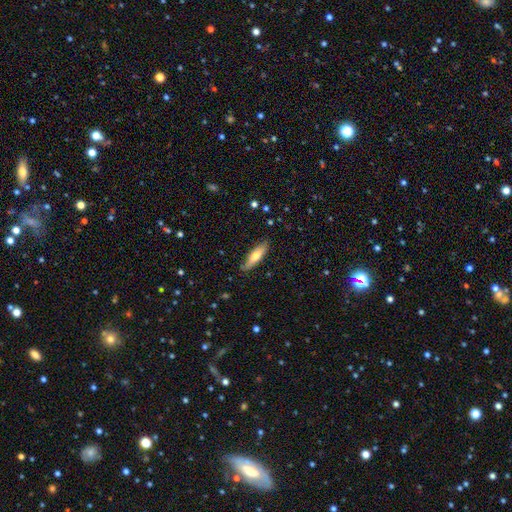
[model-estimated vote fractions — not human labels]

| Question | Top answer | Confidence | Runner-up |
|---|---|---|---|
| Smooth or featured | smooth | 63% | featured or disk (31%) |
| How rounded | cigar-shaped | 60% | in between (38%) |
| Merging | none | 82% | minor disturbance (15%) |